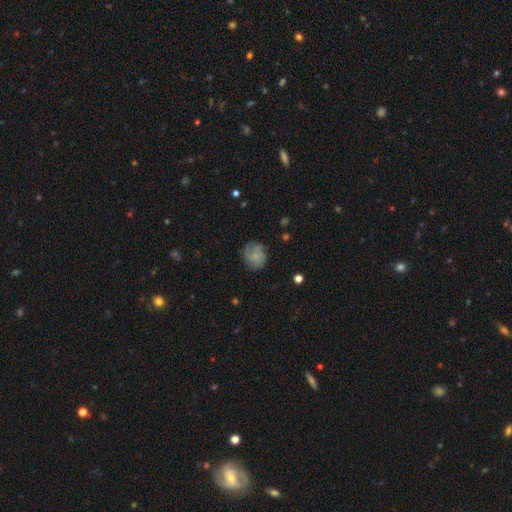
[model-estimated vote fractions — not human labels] smooth 52%, featured or disk 38%, star or artifact 10%. Down the decision tree: how rounded — round (74%); merging — none (68%).